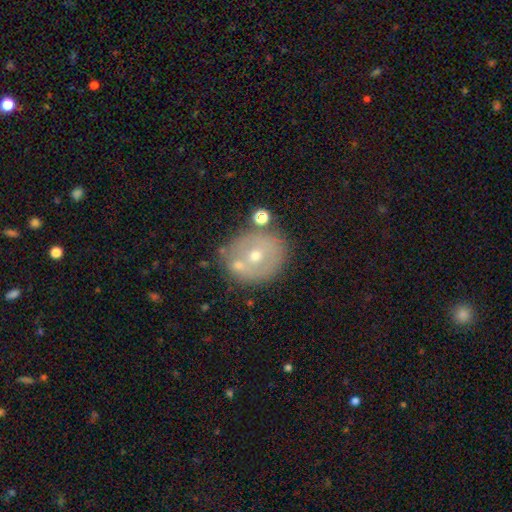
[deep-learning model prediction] Q: Smooth or featured?
A: smooth (46%); runner-up: featured or disk (43%)
Q: Merging?
A: none (65%); runner-up: merger (15%)